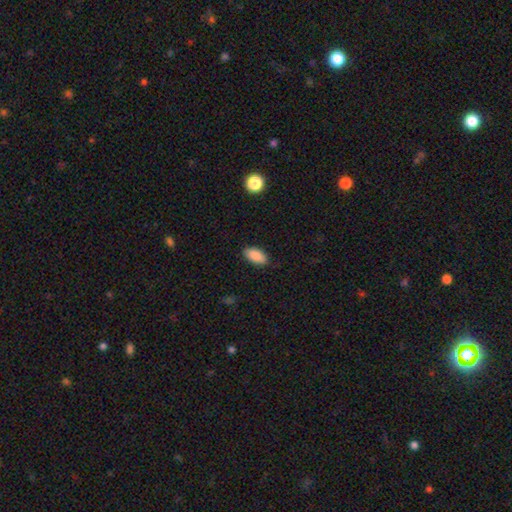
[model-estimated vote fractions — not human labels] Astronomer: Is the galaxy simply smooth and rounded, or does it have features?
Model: smooth — 89%.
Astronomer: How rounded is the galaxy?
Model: in between — 92%.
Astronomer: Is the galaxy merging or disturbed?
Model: none — 86%.